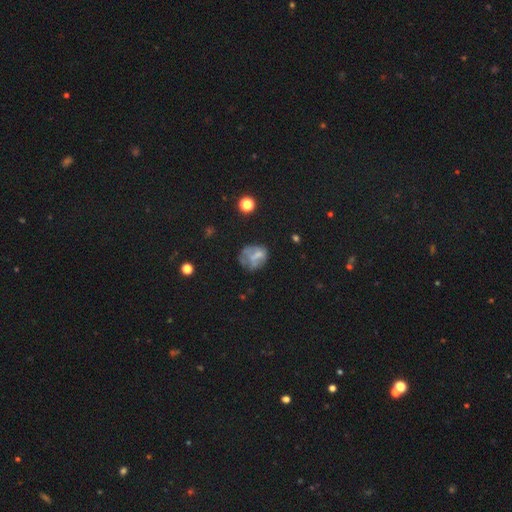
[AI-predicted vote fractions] Smooth or featured: smooth — 44% (featured or disk — 40%)
Merging: none — 44% (major disturbance — 25%)